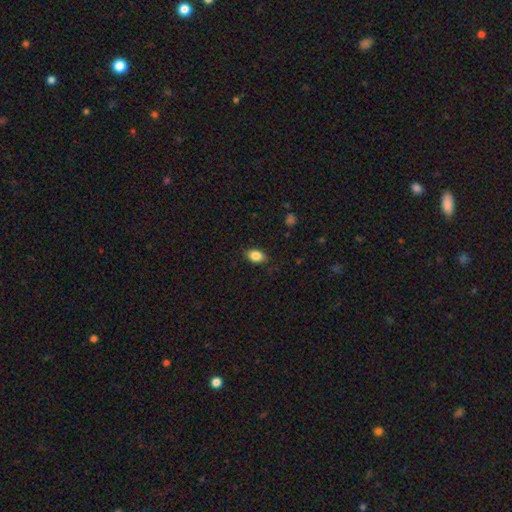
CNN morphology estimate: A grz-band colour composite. It shows a smooth galaxy with no disk features (85%) that is in between round and cigar-shaped (85%). Merging: none (85%).